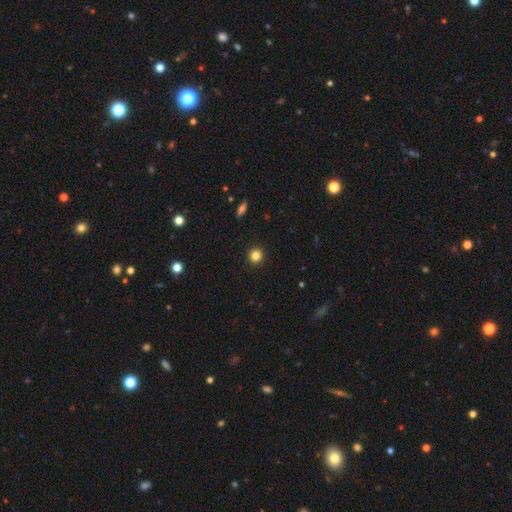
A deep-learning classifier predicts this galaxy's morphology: smooth-or-featured: smooth: 84% | star or artifact: 12% | featured or disk: 5%
  how-rounded: round: 94% | in between: 5% | cigar-shaped: 1%
  merging: none: 93% | minor disturbance: 5% | major disturbance: 2% | merger: 1%